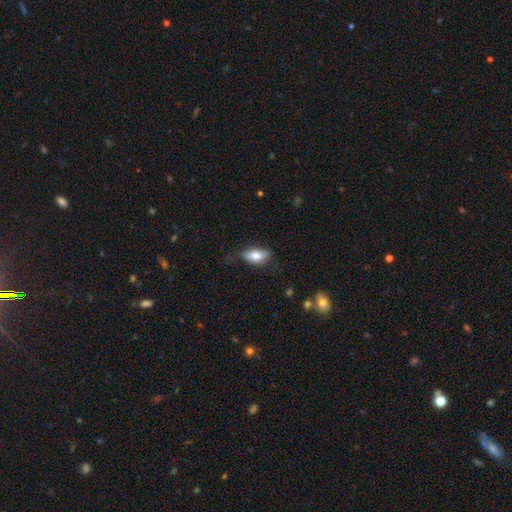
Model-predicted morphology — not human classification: A smooth galaxy with no disk features (75%) that is in between round and cigar-shaped (84%). Merging: none (62%).